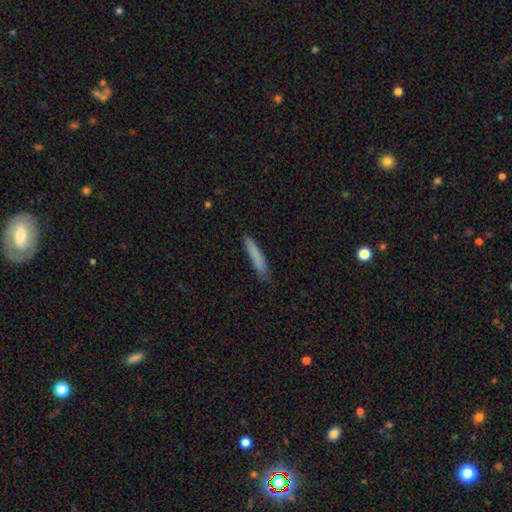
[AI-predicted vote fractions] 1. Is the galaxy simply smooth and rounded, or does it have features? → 81% smooth, 13% featured or disk, 6% star or artifact.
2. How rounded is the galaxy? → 93% cigar-shaped, 6% in between, 1% round.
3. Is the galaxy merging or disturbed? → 81% none, 15% minor disturbance, 2% major disturbance, 1% merger.